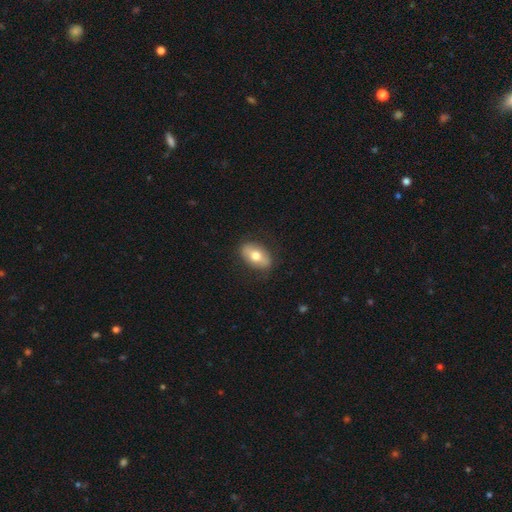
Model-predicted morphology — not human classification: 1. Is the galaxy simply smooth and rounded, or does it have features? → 63% smooth, 31% featured or disk, 6% star or artifact.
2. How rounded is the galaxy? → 88% in between, 9% round, 3% cigar-shaped.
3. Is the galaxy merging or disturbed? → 83% none, 13% minor disturbance, 4% major disturbance, 1% merger.